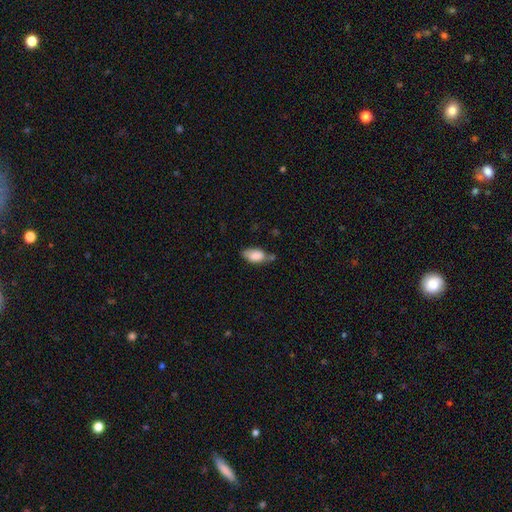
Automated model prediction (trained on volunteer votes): smooth 81%, featured or disk 12%, star or artifact 7%. Down the decision tree: how rounded — in between (90%); merging — none (49%).